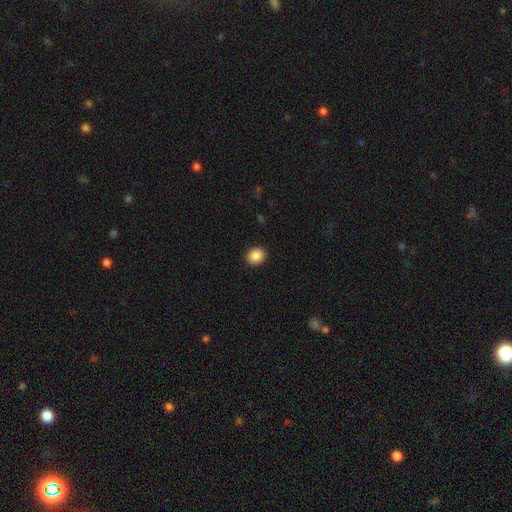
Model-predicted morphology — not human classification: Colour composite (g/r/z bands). It shows a smooth galaxy with no disk features (88%) that is round (71%). Merging: none (91%).